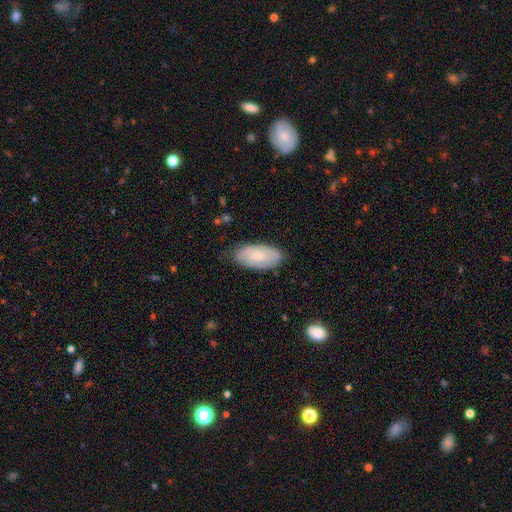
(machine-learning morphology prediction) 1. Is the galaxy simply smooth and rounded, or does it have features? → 65% smooth, 29% featured or disk, 6% star or artifact.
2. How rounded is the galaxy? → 94% in between, 4% cigar-shaped, 2% round.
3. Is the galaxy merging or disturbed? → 77% none, 19% minor disturbance, 3% major disturbance, 1% merger.